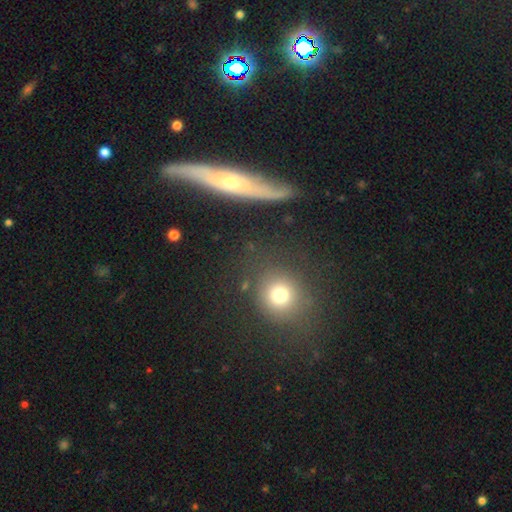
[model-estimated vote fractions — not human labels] A featured or disk galaxy (60%) viewed edge-on (72%). Merging: none (77%).